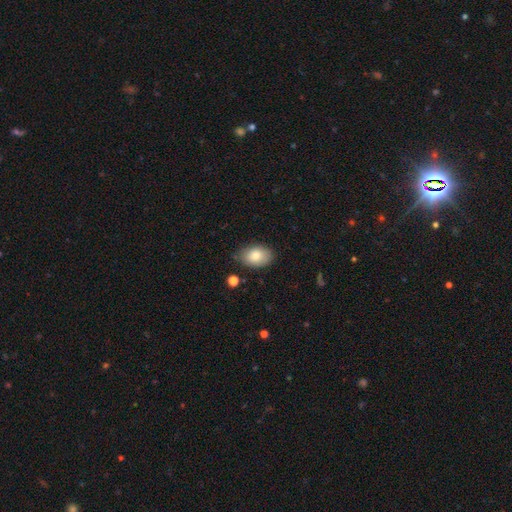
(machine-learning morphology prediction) smooth_or_featured: smooth (p=0.80) [alt: featured or disk p=0.12]
how_rounded: in between (p=0.85) [alt: round p=0.14]
merging: none (p=0.80) [alt: minor disturbance p=0.15]